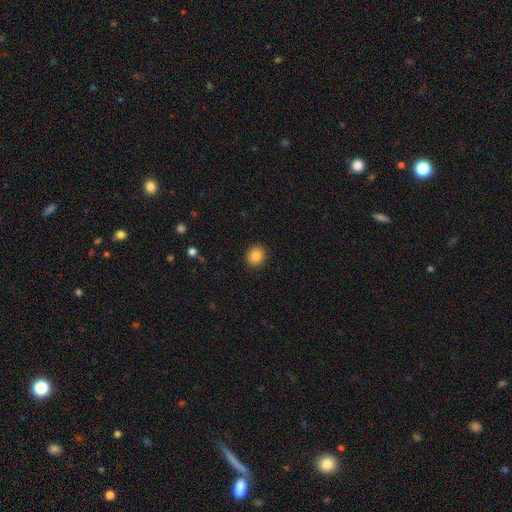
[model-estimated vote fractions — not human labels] A smooth galaxy with no disk features (85%) that is round (82%).

Vote fractions:
- Smooth or featured? smooth: 85% / star or artifact: 10% / featured or disk: 5%
- How rounded? round: 82% / in between: 17% / cigar-shaped: 1%
- Merging? none: 91% / minor disturbance: 6% / major disturbance: 2% / merger: 1%